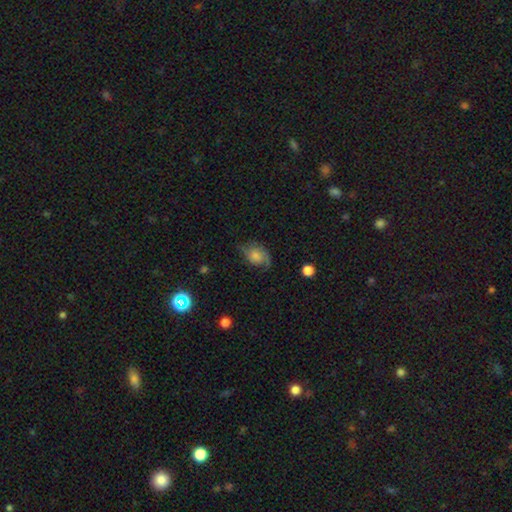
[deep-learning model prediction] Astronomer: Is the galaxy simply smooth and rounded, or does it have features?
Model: featured or disk — 49% (runner-up: smooth, 41%).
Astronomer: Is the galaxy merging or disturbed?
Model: none — 59%.